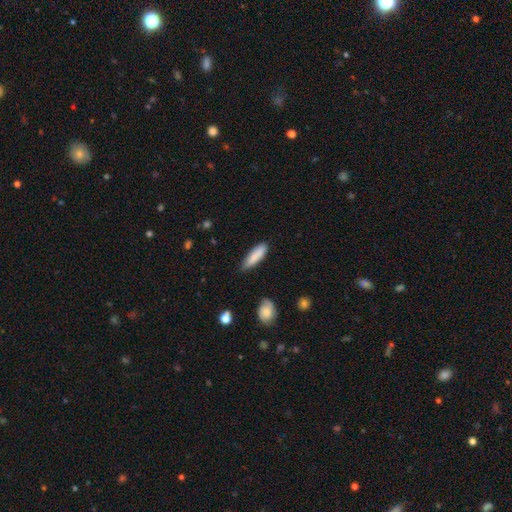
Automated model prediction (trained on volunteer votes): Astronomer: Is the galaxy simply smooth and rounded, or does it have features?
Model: smooth — 86%.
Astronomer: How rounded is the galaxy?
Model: cigar-shaped — 61% (runner-up: in between, 38%).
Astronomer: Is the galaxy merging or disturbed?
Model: none — 80%.